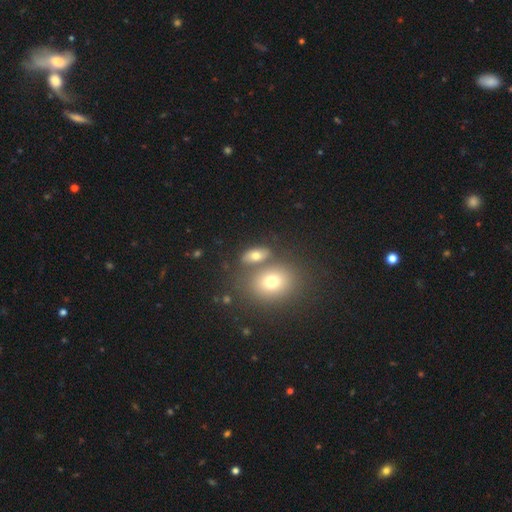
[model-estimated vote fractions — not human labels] The model was most divided on "merging": none: 61%, merger: 22%, minor disturbance: 12%, major disturbance: 5%. More confident: how rounded — in between (77%); smooth or featured — smooth (71%).